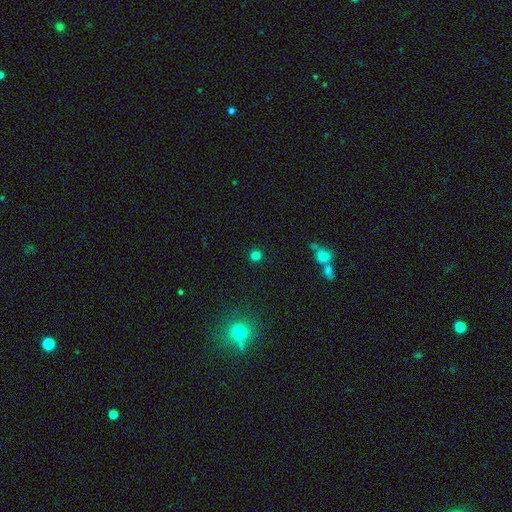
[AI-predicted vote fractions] A smooth galaxy with no disk features (79%) that is round (91%). Merging: none (87%).